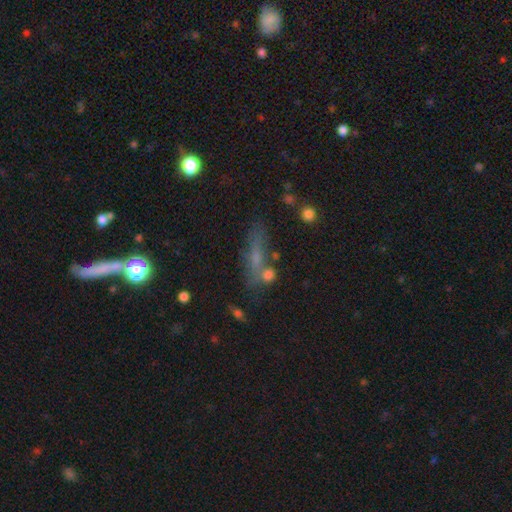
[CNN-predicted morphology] This is possibly a smooth galaxy (55%). How rounded: likely cigar-shaped (62%). Merging: possibly none (58%).